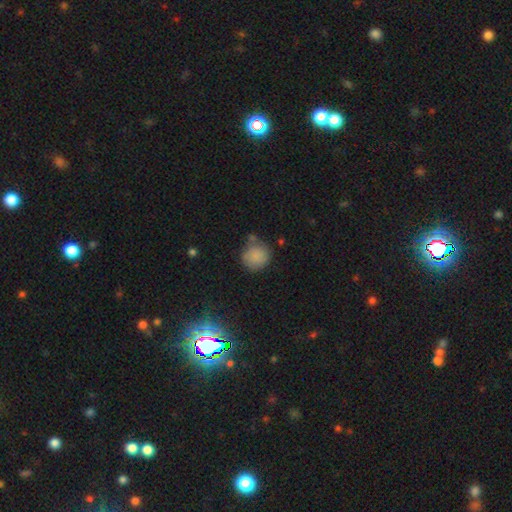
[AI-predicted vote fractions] Smooth or featured?
  - smooth: 85% *
  - star or artifact: 9%
  - featured or disk: 6%
How rounded?
  - round: 90% *
  - in between: 9%
  - cigar-shaped: 1%
Merging?
  - none: 66% *
  - minor disturbance: 19%
  - merger: 10%
  - major disturbance: 6%